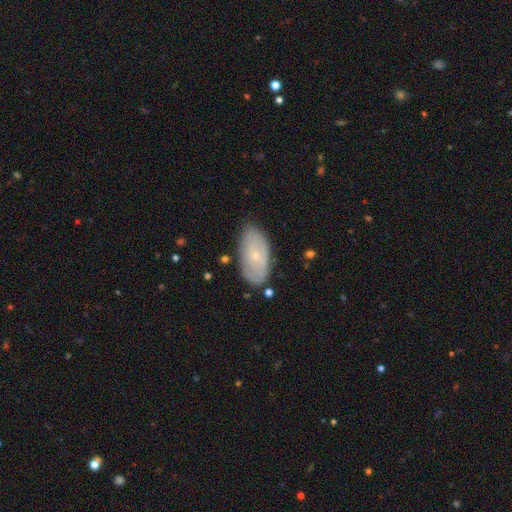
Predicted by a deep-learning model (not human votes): smooth-or-featured: smooth: 56% | featured or disk: 37% | star or artifact: 7%
  how-rounded: in between: 93% | round: 3% | cigar-shaped: 3%
  merging: none: 76% | minor disturbance: 18% | major disturbance: 4% | merger: 2%